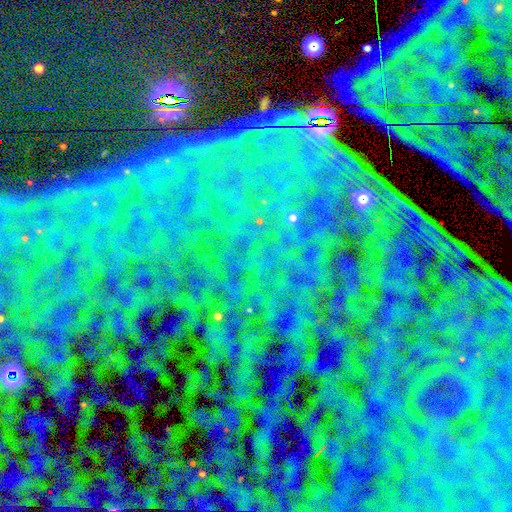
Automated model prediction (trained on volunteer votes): smooth-or-featured: star or artifact: 85% | smooth: 7% | featured or disk: 7%